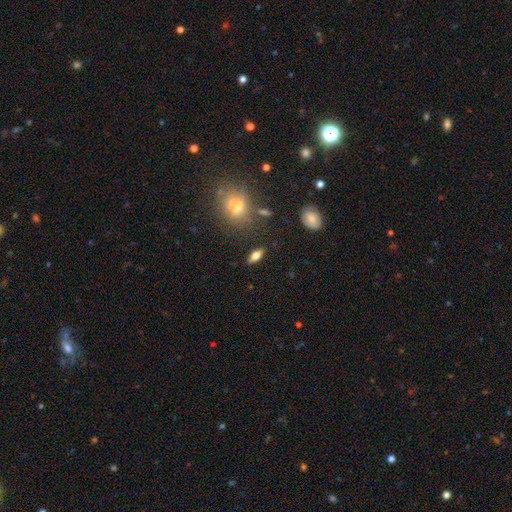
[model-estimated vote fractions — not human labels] The model was most divided on "smooth or featured": smooth: 68%, featured or disk: 22%, star or artifact: 10%. More confident: merging — none (84%); how rounded — in between (74%).